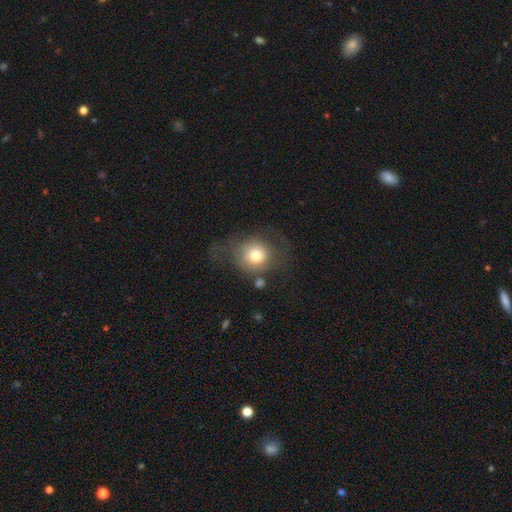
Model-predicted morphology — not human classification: Q: Smooth or featured?
A: smooth (70%); runner-up: featured or disk (21%)
Q: How rounded?
A: round (79%); runner-up: in between (20%)
Q: Merging?
A: none (49%); runner-up: major disturbance (24%)